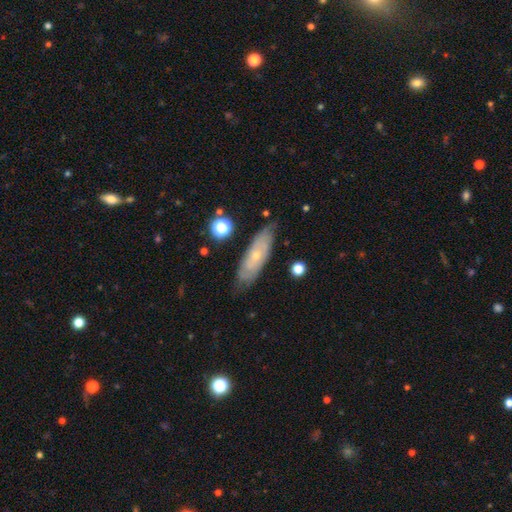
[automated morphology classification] featured or disk 61%, smooth 32%, star or artifact 7%. Down the decision tree: edge-on disk — no (76%); merging — none (77%).